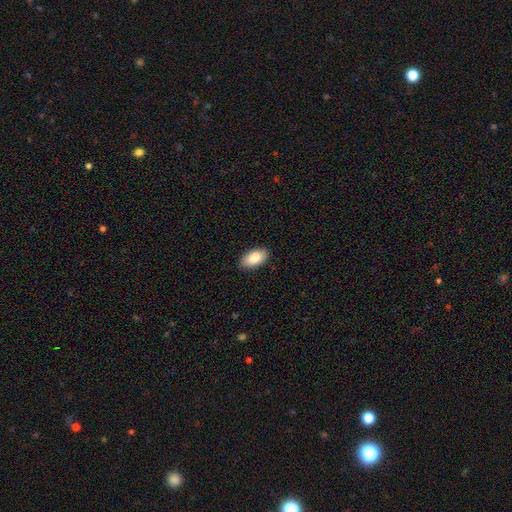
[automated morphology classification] A smooth galaxy with no disk features (85%) that is in between round and cigar-shaped (93%). Merging: none (88%).